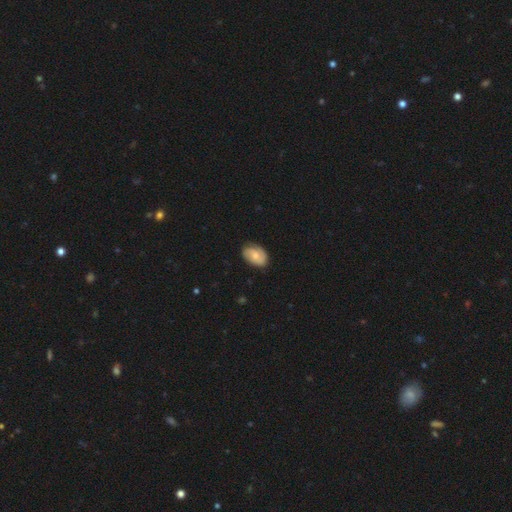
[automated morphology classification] smooth_or_featured: smooth (p=0.47) [tied with: featured or disk p=0.47]
merging: none (p=0.74) [alt: minor disturbance p=0.20]